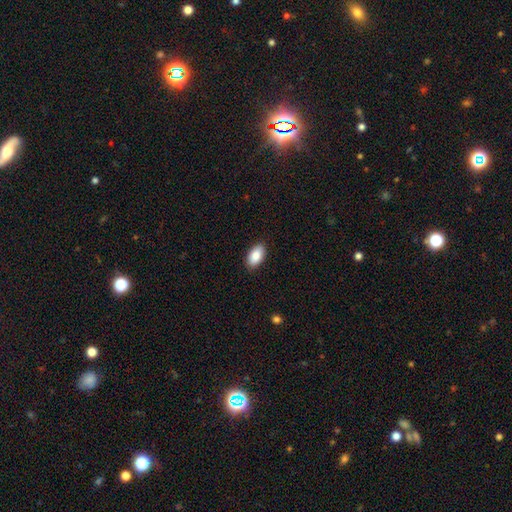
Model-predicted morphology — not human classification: smooth-or-featured: smooth: 87% | star or artifact: 7% | featured or disk: 6%
  how-rounded: in between: 94% | round: 3% | cigar-shaped: 2%
  merging: none: 89% | minor disturbance: 8% | major disturbance: 2% | merger: 1%